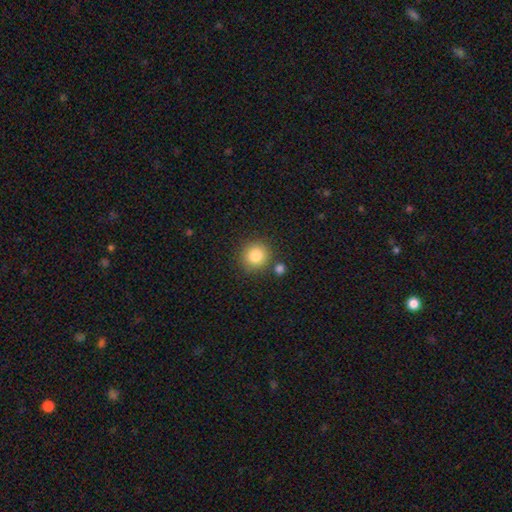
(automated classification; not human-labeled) Q: Smooth or featured?
A: smooth (84%); runner-up: star or artifact (10%)
Q: How rounded?
A: round (91%); runner-up: in between (8%)
Q: Merging?
A: none (81%); runner-up: minor disturbance (9%)